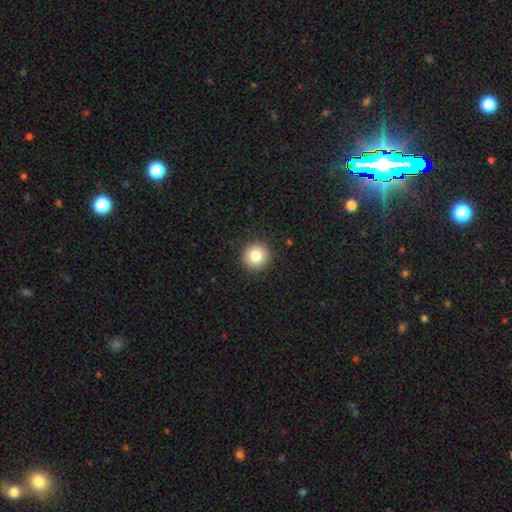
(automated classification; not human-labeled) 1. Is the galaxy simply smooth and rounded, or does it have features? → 82% smooth, 10% star or artifact, 7% featured or disk.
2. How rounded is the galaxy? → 95% round, 4% in between, 1% cigar-shaped.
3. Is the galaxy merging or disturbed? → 92% none, 5% minor disturbance, 2% major disturbance, 1% merger.